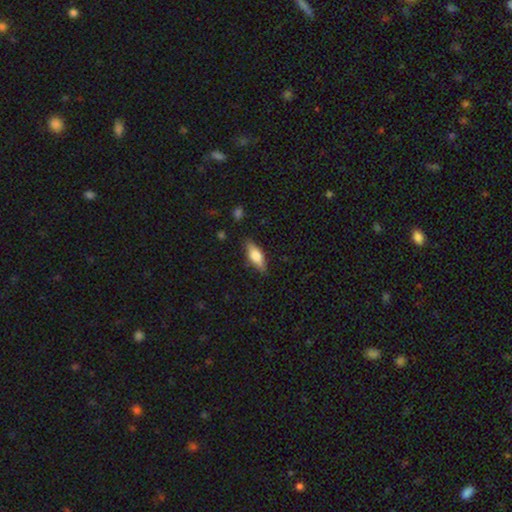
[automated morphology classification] The model was most divided on "how rounded": in between: 65%, cigar-shaped: 32%, round: 3%. More confident: merging — none (84%); smooth or featured — smooth (65%).